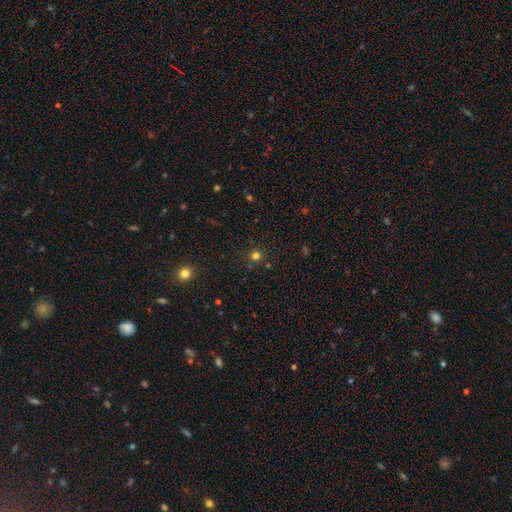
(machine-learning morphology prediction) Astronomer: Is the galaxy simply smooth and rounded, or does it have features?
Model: smooth — 73%.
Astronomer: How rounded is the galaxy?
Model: round — 93%.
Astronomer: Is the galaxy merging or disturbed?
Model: none — 88%.